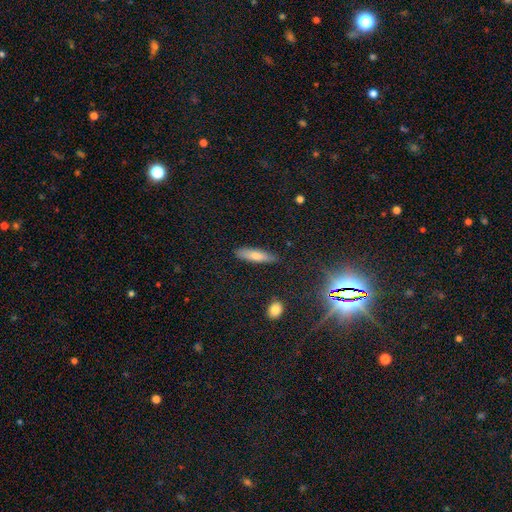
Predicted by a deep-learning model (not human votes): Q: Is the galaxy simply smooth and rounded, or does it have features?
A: smooth — 72%.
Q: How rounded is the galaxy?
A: cigar-shaped — 70%.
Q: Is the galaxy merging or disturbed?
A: none — 85%.